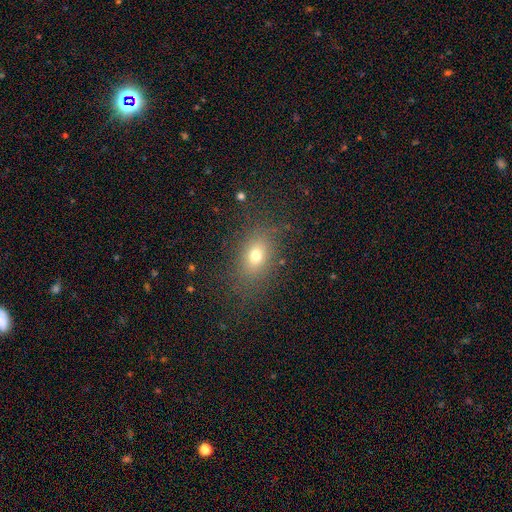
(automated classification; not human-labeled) Smooth or featured?
  - smooth: 70% *
  - star or artifact: 16%
  - featured or disk: 14%
How rounded?
  - in between: 70% *
  - round: 27%
  - cigar-shaped: 3%
Merging?
  - none: 80% *
  - minor disturbance: 12%
  - major disturbance: 7%
  - merger: 2%